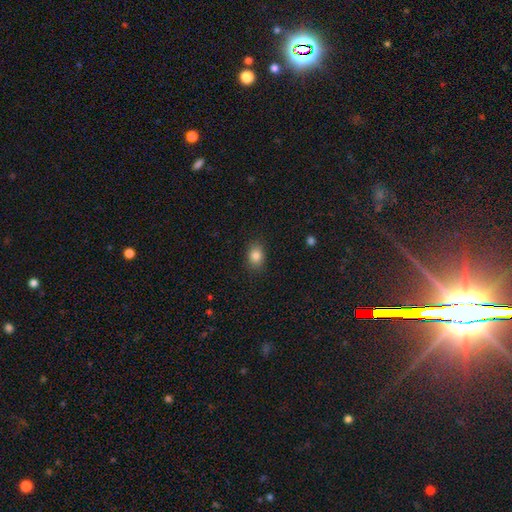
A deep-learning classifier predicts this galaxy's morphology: Overall: smooth (84%). How rounded: in between (62%; round 37%). Merging: none (87%).